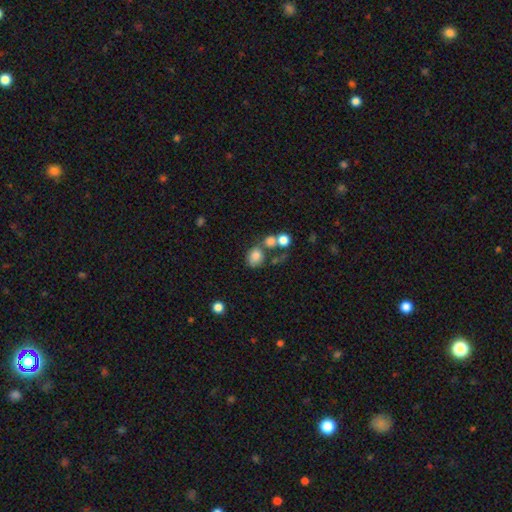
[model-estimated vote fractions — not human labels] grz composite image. It shows a smooth galaxy with no disk features (77%) that is round (55%). Merging: none (40%).